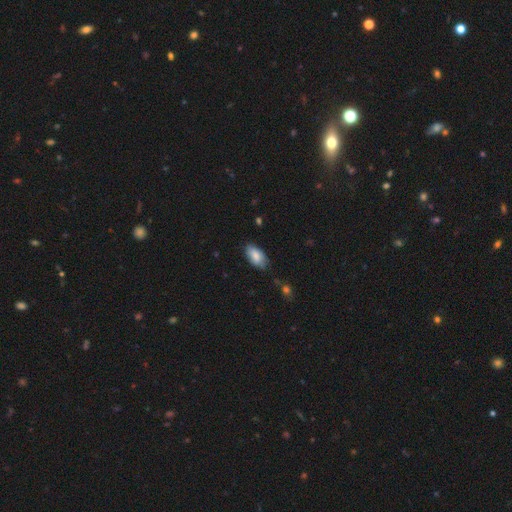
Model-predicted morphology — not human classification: smooth_or_featured: smooth (p=0.80) [alt: featured or disk p=0.13]
how_rounded: in between (p=0.94) [alt: round p=0.03]
merging: none (p=0.69) [alt: minor disturbance p=0.25]